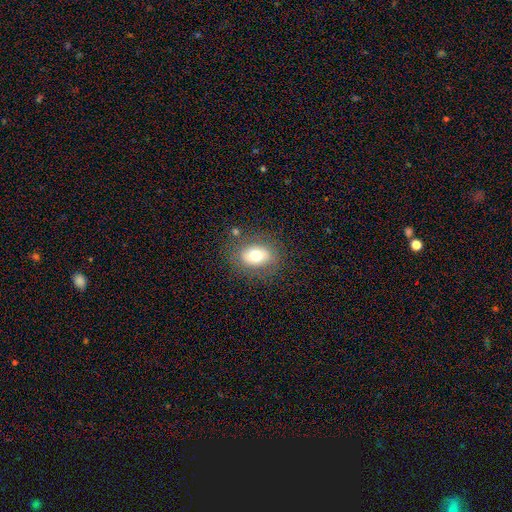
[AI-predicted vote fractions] The model was most divided on "how rounded": in between: 67%, round: 32%, cigar-shaped: 1%. More confident: merging — none (79%); smooth or featured — smooth (67%).